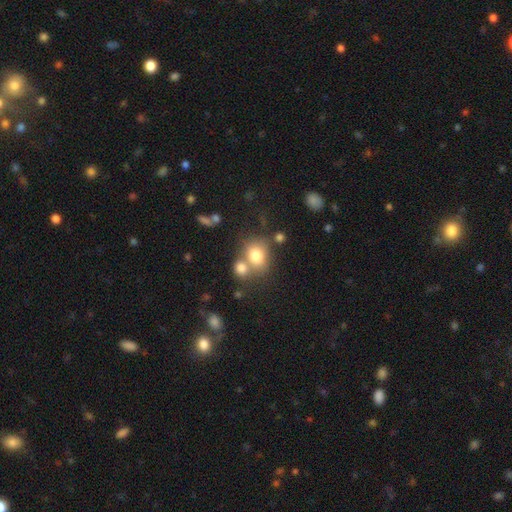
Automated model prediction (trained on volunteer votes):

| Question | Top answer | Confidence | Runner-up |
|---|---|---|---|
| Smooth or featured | smooth | 76% | featured or disk (13%) |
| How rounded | round | 54% | in between (45%) |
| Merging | none | 45% | merger (37%) |